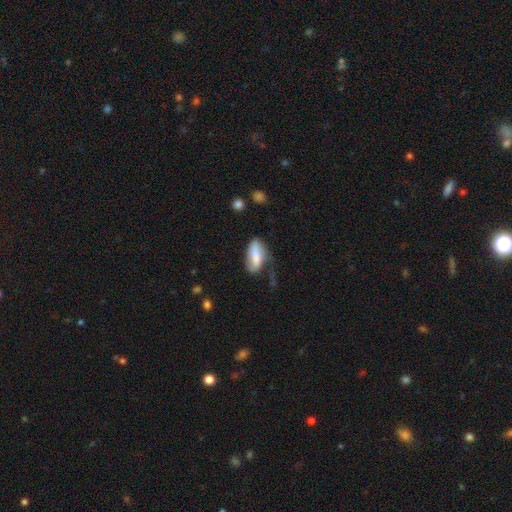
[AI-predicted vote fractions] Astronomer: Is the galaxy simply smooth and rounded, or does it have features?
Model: smooth — 74%.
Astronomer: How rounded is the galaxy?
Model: in between — 86%.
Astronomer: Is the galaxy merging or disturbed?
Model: none — 38% (runner-up: minor disturbance, 32%).